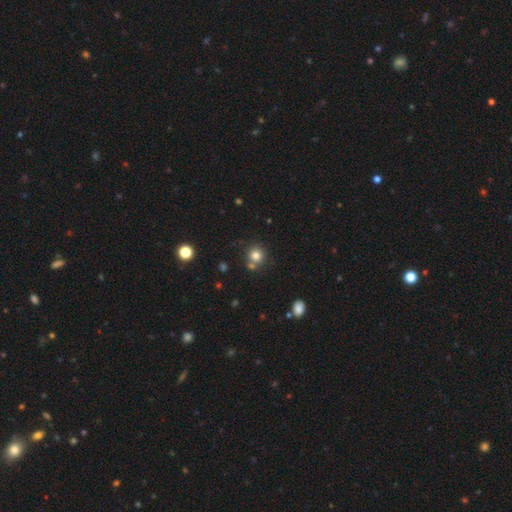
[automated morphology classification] Smooth or featured? Predicted: smooth (p=0.79). How rounded? Predicted: round (p=0.90). Merging? Predicted: none (p=0.67).